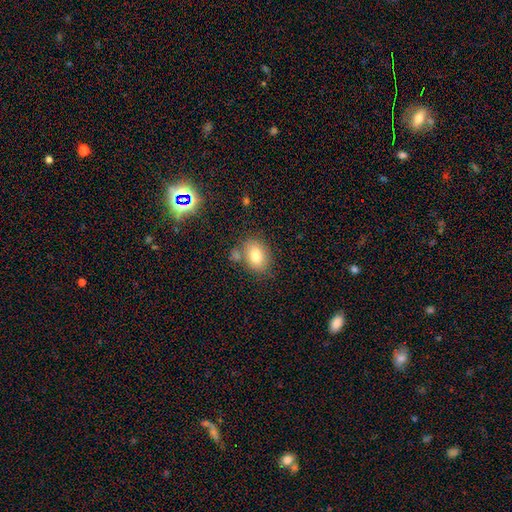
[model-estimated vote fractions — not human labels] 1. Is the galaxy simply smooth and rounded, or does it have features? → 78% smooth, 13% featured or disk, 9% star or artifact.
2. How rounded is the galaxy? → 73% in between, 26% round, 1% cigar-shaped.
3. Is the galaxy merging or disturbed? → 68% none, 14% minor disturbance, 14% merger, 4% major disturbance.